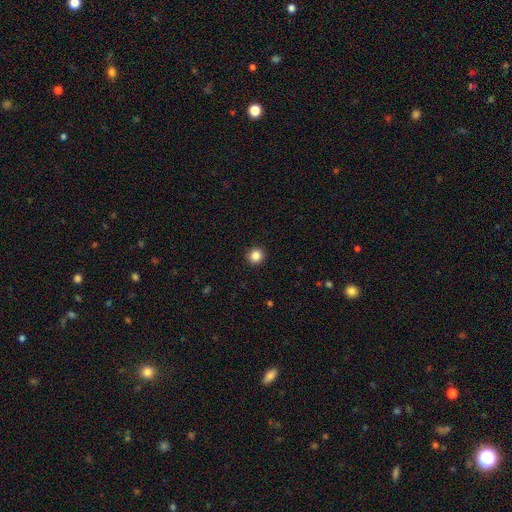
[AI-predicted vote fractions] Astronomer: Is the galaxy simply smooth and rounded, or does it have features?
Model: smooth — 86%.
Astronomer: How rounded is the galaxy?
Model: round — 93%.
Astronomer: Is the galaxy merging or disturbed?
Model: none — 92%.